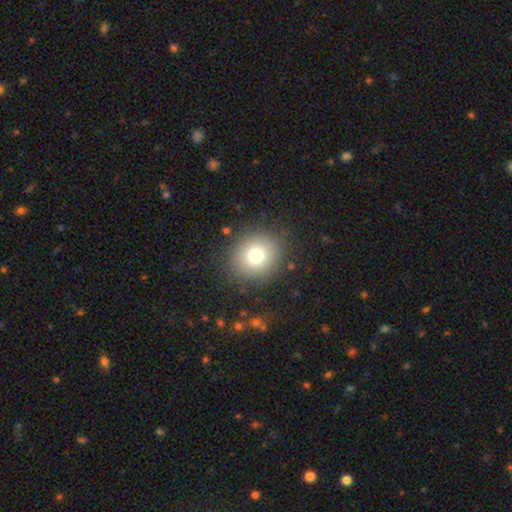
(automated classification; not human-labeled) Smooth or featured?
  - smooth: 77% *
  - star or artifact: 13%
  - featured or disk: 10%
How rounded?
  - round: 79% *
  - in between: 20%
  - cigar-shaped: 1%
Merging?
  - none: 86% *
  - minor disturbance: 8%
  - major disturbance: 4%
  - merger: 1%